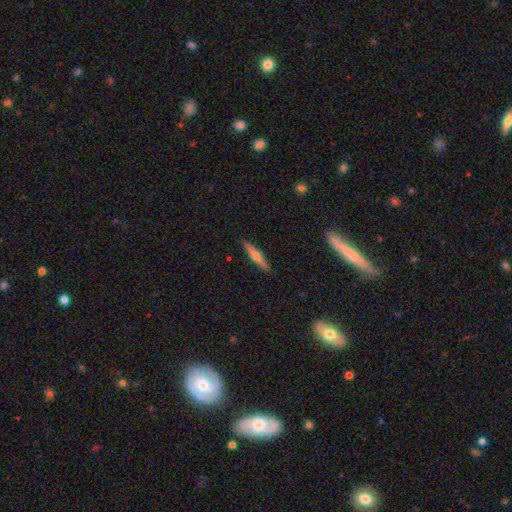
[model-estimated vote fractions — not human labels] smooth_or_featured: featured or disk (p=0.62) [alt: smooth p=0.32]
disk_edge_on: yes (p=0.98) [alt: no p=0.02]
edge_on_bulge: rounded (p=0.80) [alt: boxy p=0.13]
merging: none (p=0.90) [alt: minor disturbance p=0.07]